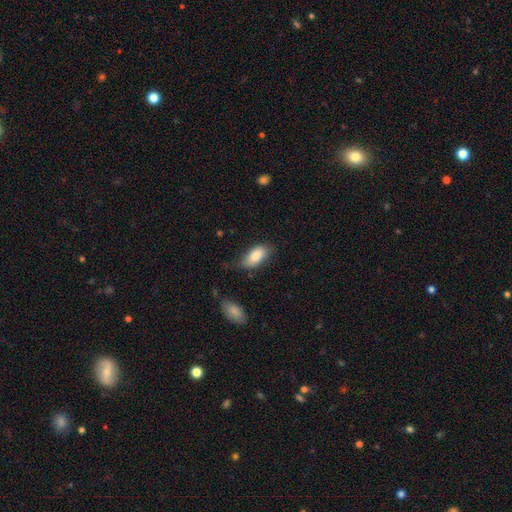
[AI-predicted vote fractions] A smooth galaxy with no disk features (83%) that is in between round and cigar-shaped (91%).

Vote fractions:
- Smooth or featured? smooth: 83% / featured or disk: 10% / star or artifact: 7%
- How rounded? in between: 91% / cigar-shaped: 6% / round: 3%
- Merging? none: 64% / minor disturbance: 27% / major disturbance: 7% / merger: 3%